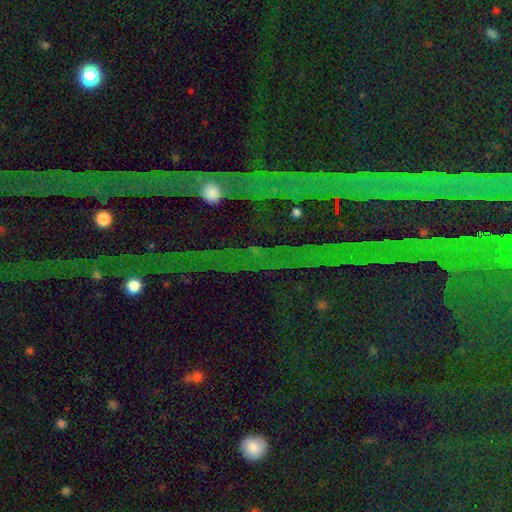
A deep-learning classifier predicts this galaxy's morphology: The model was most divided on "smooth or featured": star or artifact: 82%, featured or disk: 10%, smooth: 8%.